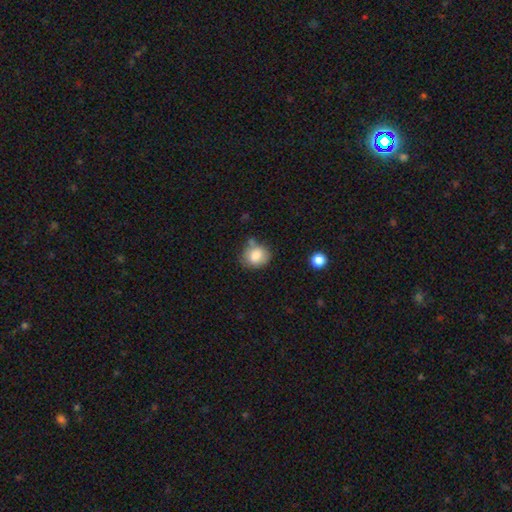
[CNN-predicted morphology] Q: Smooth or featured?
A: smooth (81%); runner-up: featured or disk (11%)
Q: How rounded?
A: round (62%); runner-up: in between (37%)
Q: Merging?
A: none (63%); runner-up: minor disturbance (22%)